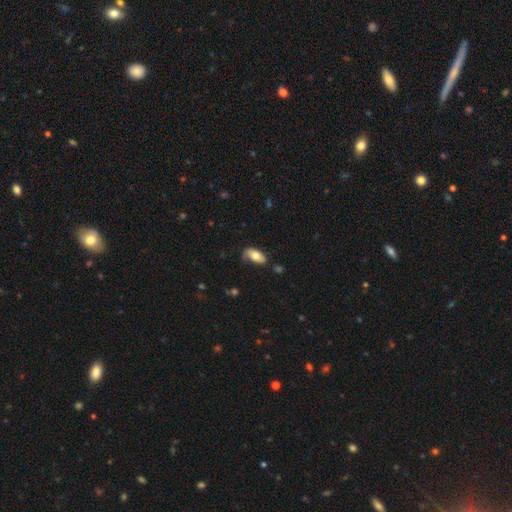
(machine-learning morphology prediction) smooth_or_featured: smooth (p=0.69) [alt: featured or disk p=0.25]
how_rounded: in between (p=0.92) [alt: cigar-shaped p=0.05]
merging: none (p=0.58) [alt: minor disturbance p=0.30]